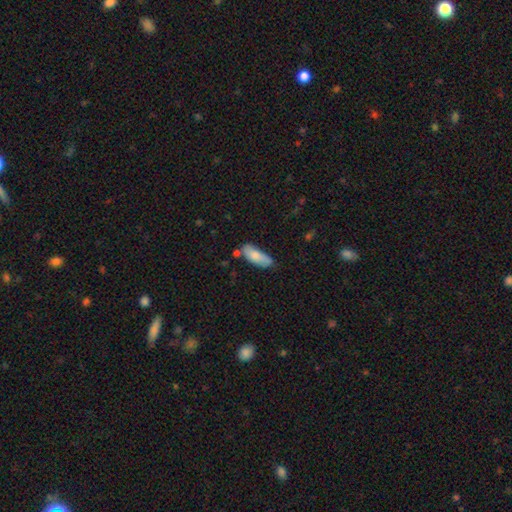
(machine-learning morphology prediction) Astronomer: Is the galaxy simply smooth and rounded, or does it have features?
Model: smooth — 78%.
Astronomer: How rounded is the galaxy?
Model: in between — 74%.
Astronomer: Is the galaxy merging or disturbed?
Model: none — 60%.